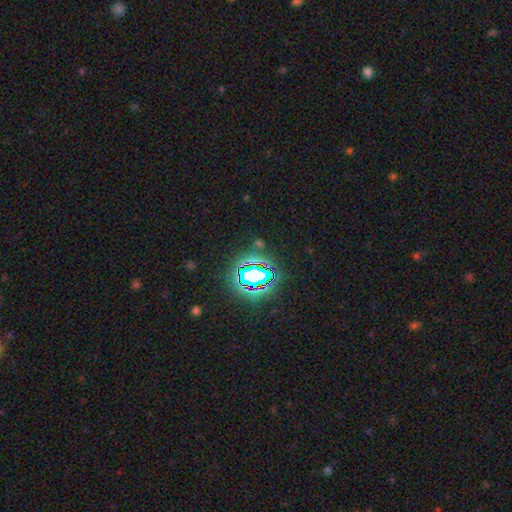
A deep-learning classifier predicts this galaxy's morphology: Q: Smooth or featured?
A: star or artifact (82%); runner-up: smooth (12%)